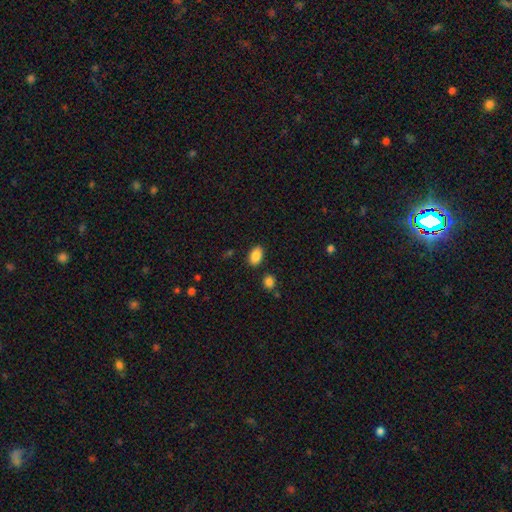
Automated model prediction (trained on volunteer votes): The model was most divided on "merging": none: 85%, minor disturbance: 9%, merger: 3%, major disturbance: 2%. More confident: how rounded — in between (89%); smooth or featured — smooth (88%).